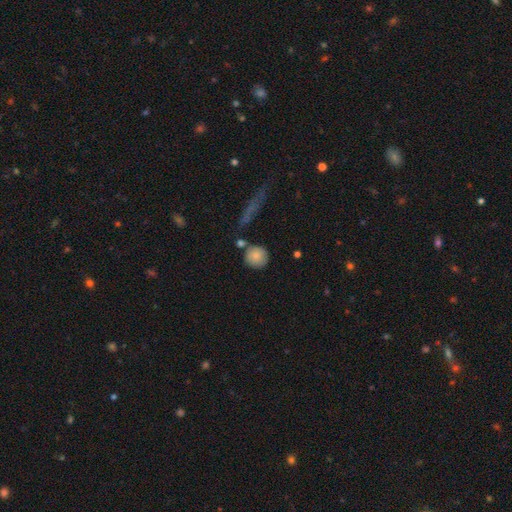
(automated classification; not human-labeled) smooth_or_featured: smooth (p=0.79) [alt: featured or disk p=0.13]
how_rounded: round (p=0.89) [alt: in between p=0.09]
merging: none (p=0.67) [alt: minor disturbance p=0.15]